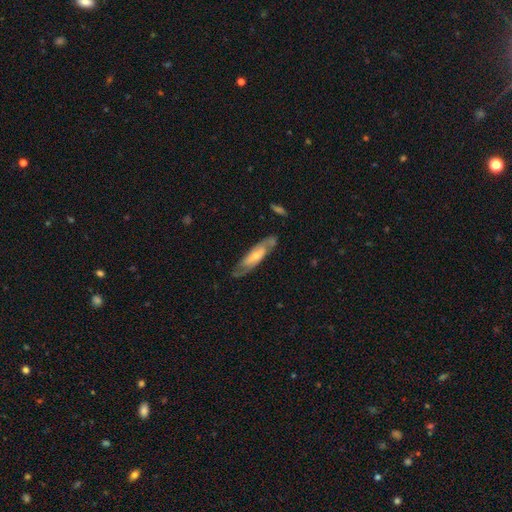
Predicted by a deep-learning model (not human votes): smooth-or-featured: featured or disk: 67% | smooth: 28% | star or artifact: 5%
  disk-edge-on: no: 78% | yes: 22%
    bar: no: 57% | weak: 30% | strong: 13%
    has-spiral-arms: yes: 85% | no: 15%
    bulge-size: small: 50% | moderate: 40% | large: 5% | none: 3% | dominant: 1%
  merging: none: 73% | minor disturbance: 18% | major disturbance: 7% | merger: 3%